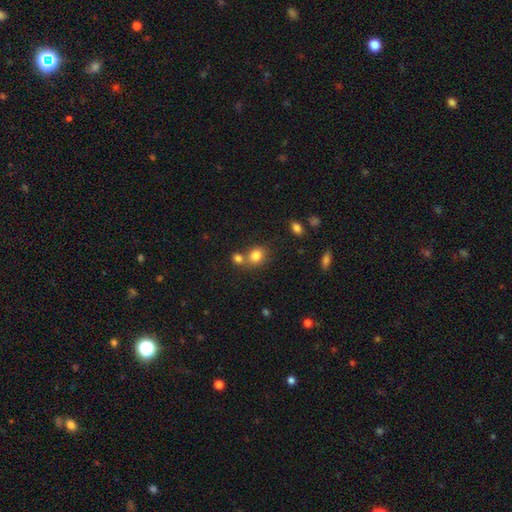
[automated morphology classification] Smooth or featured? smooth (81%)
How rounded? round (62%)
Merging? none (50%)